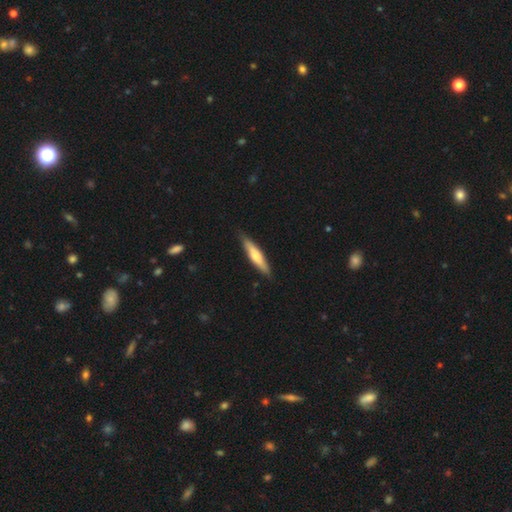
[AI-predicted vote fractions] This appears to be a smooth galaxy with no disk features (55%) that is cigar-shaped (85%). Merging: none (87%).